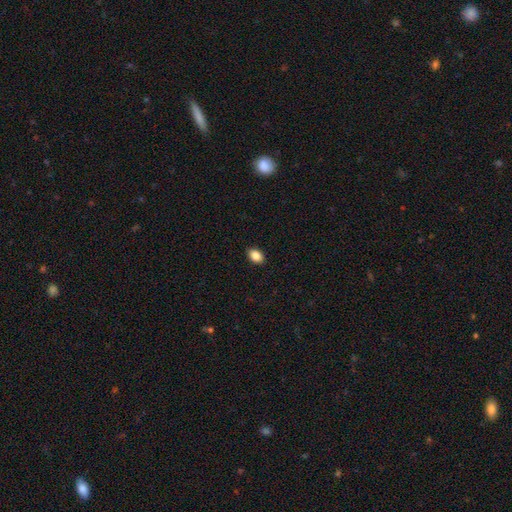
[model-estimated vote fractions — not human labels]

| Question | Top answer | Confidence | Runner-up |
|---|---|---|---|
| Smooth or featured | smooth | 87% | star or artifact (8%) |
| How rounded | in between | 84% | round (15%) |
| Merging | none | 90% | minor disturbance (7%) |